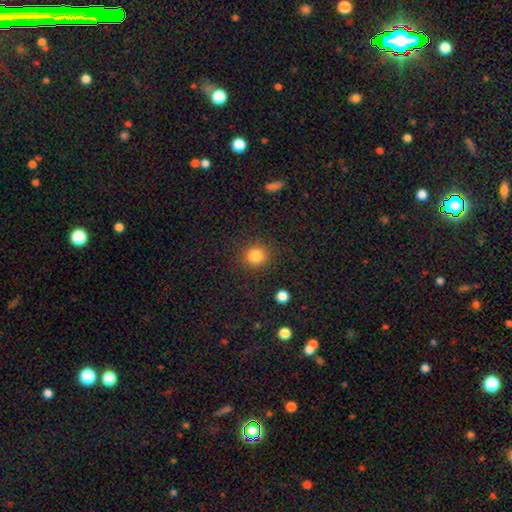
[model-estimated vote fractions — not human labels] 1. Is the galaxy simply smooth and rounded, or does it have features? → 83% smooth, 12% star or artifact, 5% featured or disk.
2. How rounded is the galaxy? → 88% round, 11% in between, 1% cigar-shaped.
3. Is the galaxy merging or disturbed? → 88% none, 7% minor disturbance, 3% major disturbance, 1% merger.